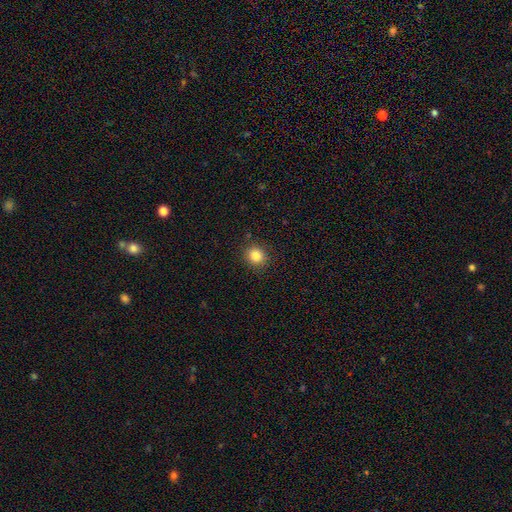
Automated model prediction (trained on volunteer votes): smooth_or_featured: smooth (p=0.83) [alt: star or artifact p=0.12]
how_rounded: round (p=0.88) [alt: in between p=0.11]
merging: none (p=0.90) [alt: minor disturbance p=0.07]